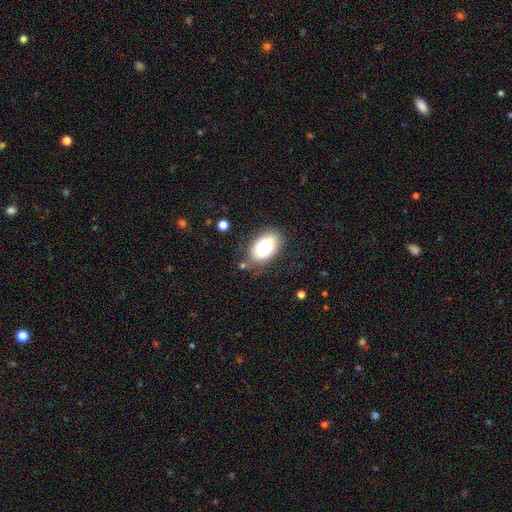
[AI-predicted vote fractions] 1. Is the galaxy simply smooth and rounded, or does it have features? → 77% smooth, 15% featured or disk, 8% star or artifact.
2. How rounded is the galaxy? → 90% in between, 8% round, 1% cigar-shaped.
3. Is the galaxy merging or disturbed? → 75% none, 17% minor disturbance, 5% major disturbance, 3% merger.